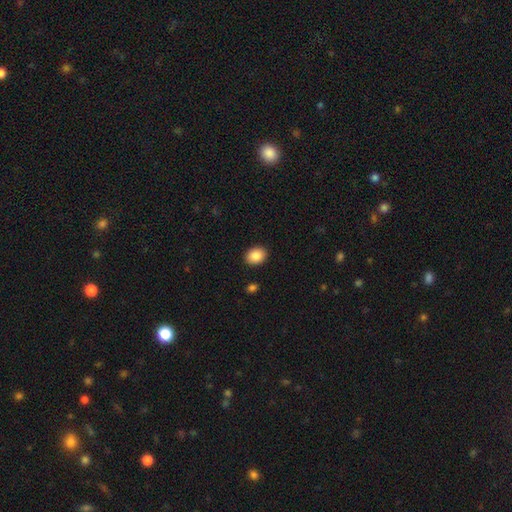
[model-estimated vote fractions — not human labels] smooth-or-featured: smooth: 88% | star or artifact: 8% | featured or disk: 5%
  how-rounded: in between: 63% | round: 36% | cigar-shaped: 1%
  merging: none: 90% | minor disturbance: 7% | major disturbance: 2% | merger: 1%